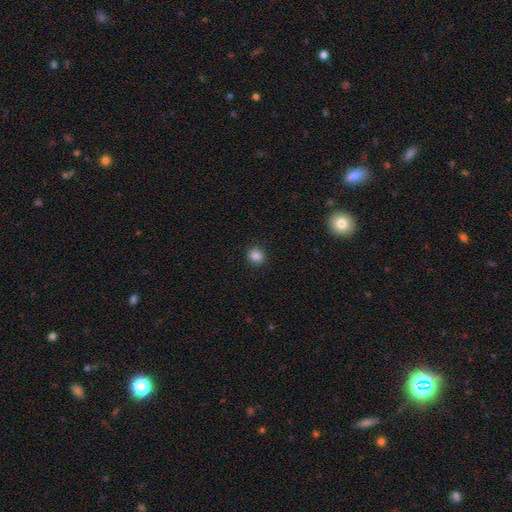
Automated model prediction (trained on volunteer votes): Smooth or featured: smooth — 86% (star or artifact — 11%)
How rounded: round — 77% (in between — 22%)
Merging: none — 90% (minor disturbance — 7%)